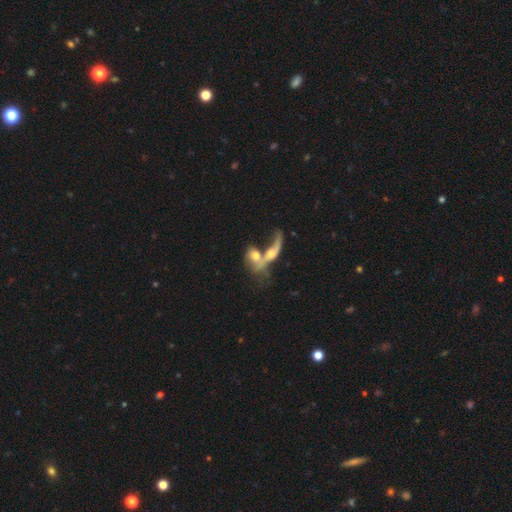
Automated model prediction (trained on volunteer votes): This is possibly a smooth galaxy (46%). Merging: likely merger (71%).